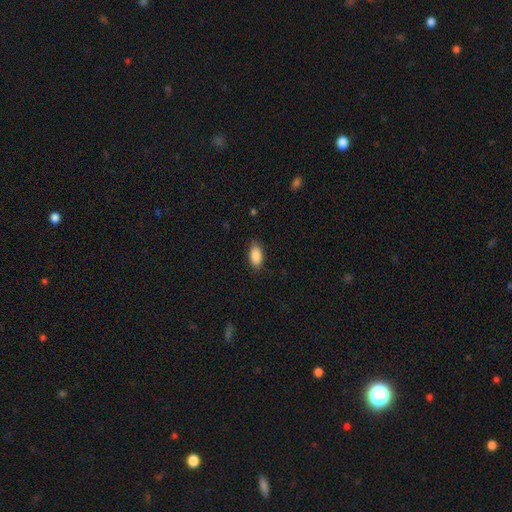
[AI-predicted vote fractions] Overall: smooth (88%). How rounded: in between (92%). Merging: none (86%).